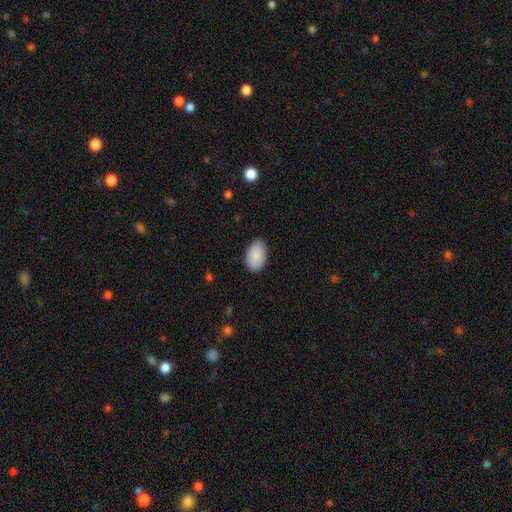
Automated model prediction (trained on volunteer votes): smooth-or-featured: smooth: 91% | star or artifact: 6% | featured or disk: 3%
  how-rounded: in between: 91% | round: 8% | cigar-shaped: 1%
  merging: none: 87% | minor disturbance: 10% | major disturbance: 2% | merger: 1%